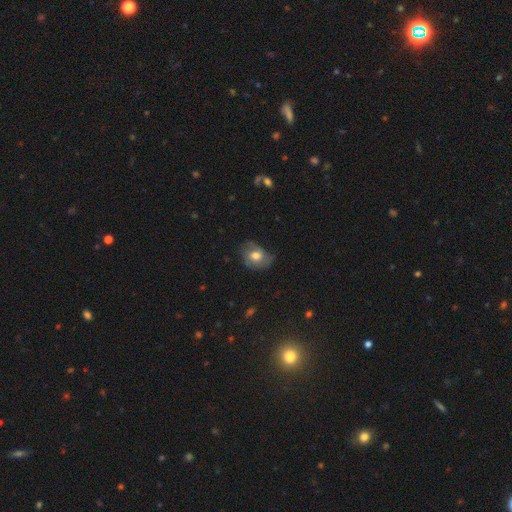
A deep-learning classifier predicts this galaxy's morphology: smooth-or-featured: smooth: 53% | featured or disk: 39% | star or artifact: 8%
  how-rounded: in between: 55% | round: 44% | cigar-shaped: 1%
  merging: none: 55% | minor disturbance: 31% | major disturbance: 13% | merger: 1%